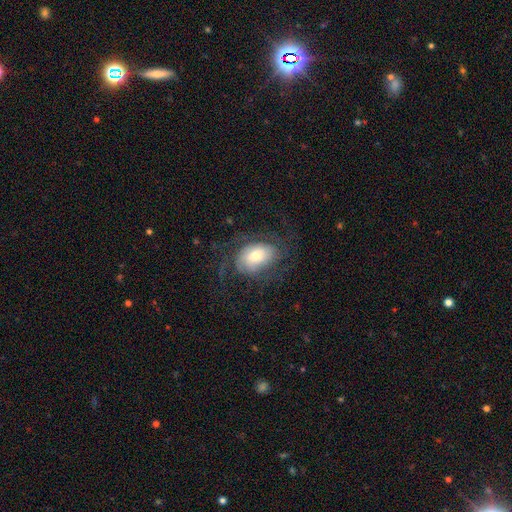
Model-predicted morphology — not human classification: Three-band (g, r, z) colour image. It shows a featured or disk galaxy (68%) with no bar (65%), medium (40%) spiral arms (89%) and a moderate central bulge (51%). Merging: none (61%).